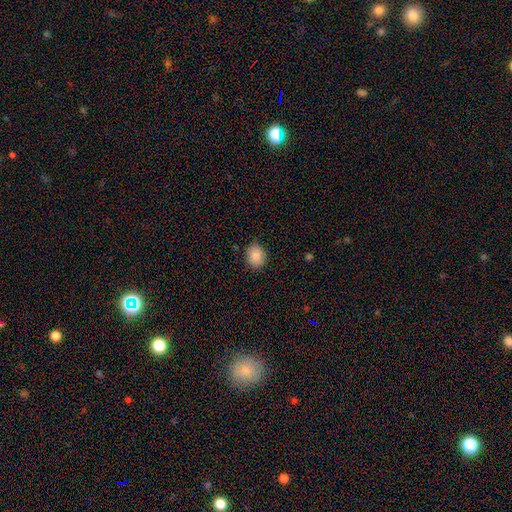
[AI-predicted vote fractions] Smooth or featured: smooth — 86% (star or artifact — 8%)
How rounded: round — 65% (in between — 35%)
Merging: none — 85% (minor disturbance — 11%)